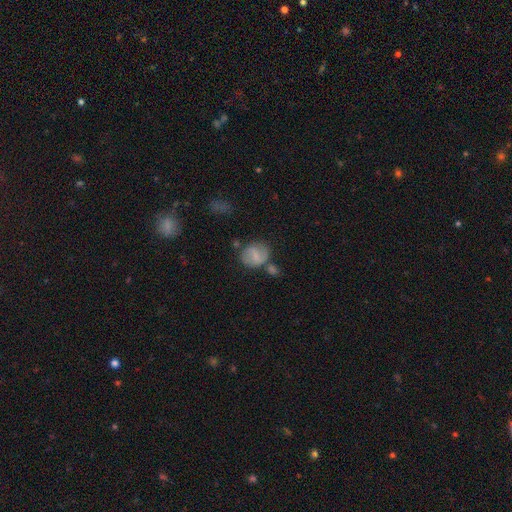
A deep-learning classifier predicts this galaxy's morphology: This is possibly a smooth galaxy (54%). How rounded: likely round (63%). Merging: possibly none (53%).